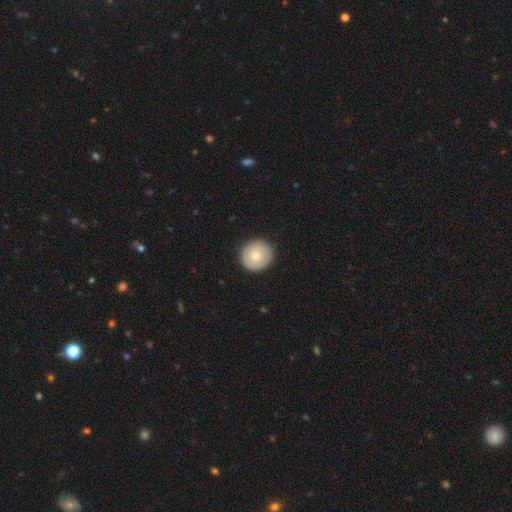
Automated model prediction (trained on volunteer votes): Smooth or featured: smooth — 71% (featured or disk — 22%)
How rounded: round — 91% (in between — 8%)
Merging: none — 89% (minor disturbance — 8%)